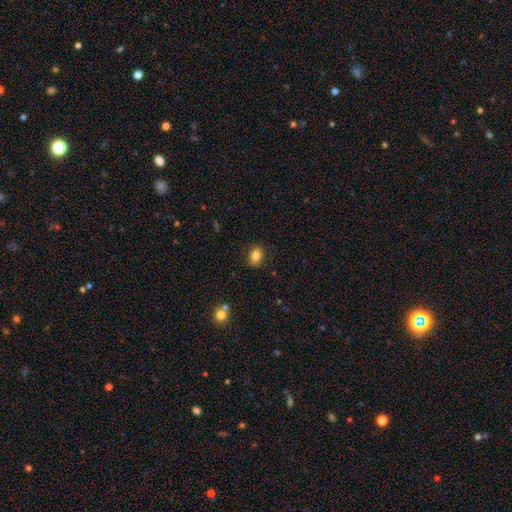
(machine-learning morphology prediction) type=smooth (80%); roundness=in between (65%); merging=none (85%).